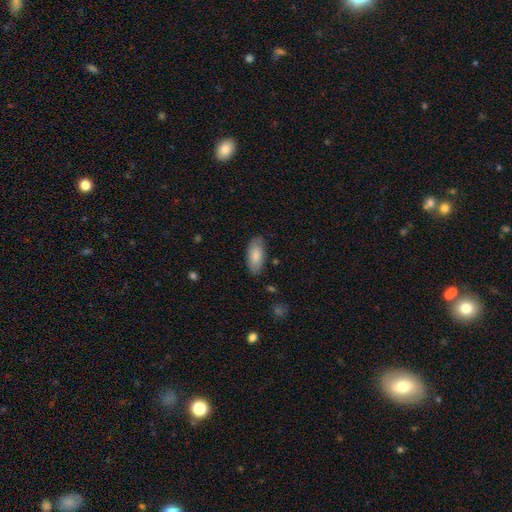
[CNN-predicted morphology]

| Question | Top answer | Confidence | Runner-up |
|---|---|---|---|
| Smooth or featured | smooth | 83% | featured or disk (11%) |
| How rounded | in between | 90% | cigar-shaped (9%) |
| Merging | none | 80% | minor disturbance (15%) |